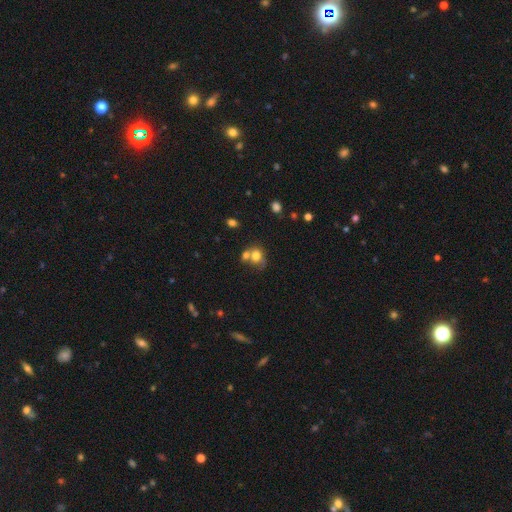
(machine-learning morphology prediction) smooth 72%, featured or disk 16%, star or artifact 11%. Down the decision tree: how rounded — round (62%); merging — merger (48%).